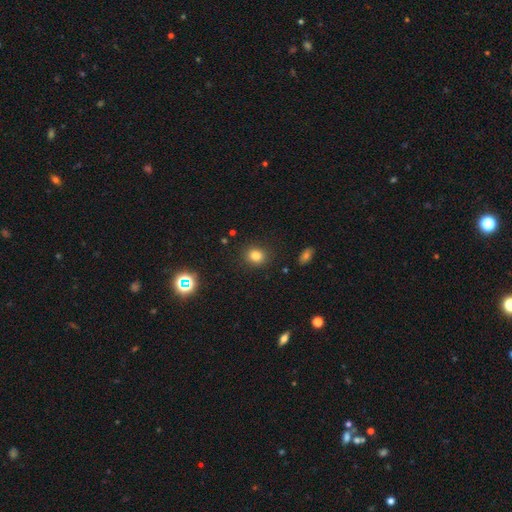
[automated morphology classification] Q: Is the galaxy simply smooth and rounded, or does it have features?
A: smooth — 80%.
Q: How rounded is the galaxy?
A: round — 73%.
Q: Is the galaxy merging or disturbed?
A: none — 89%.